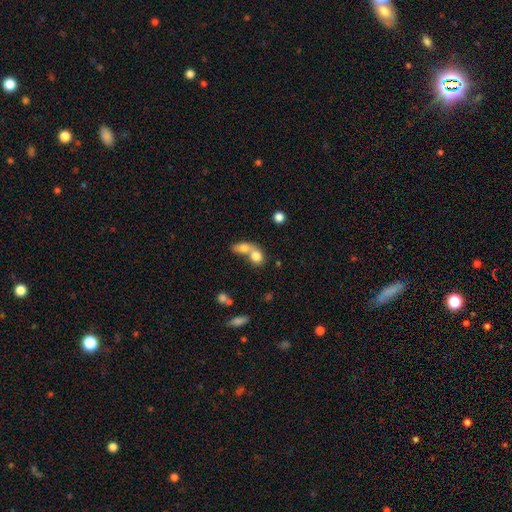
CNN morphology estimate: Smooth or featured?
  - smooth: 77% *
  - featured or disk: 14%
  - star or artifact: 9%
How rounded?
  - in between: 55% *
  - round: 42%
  - cigar-shaped: 3%
Merging?
  - merger: 70% *
  - none: 20%
  - minor disturbance: 5%
  - major disturbance: 4%